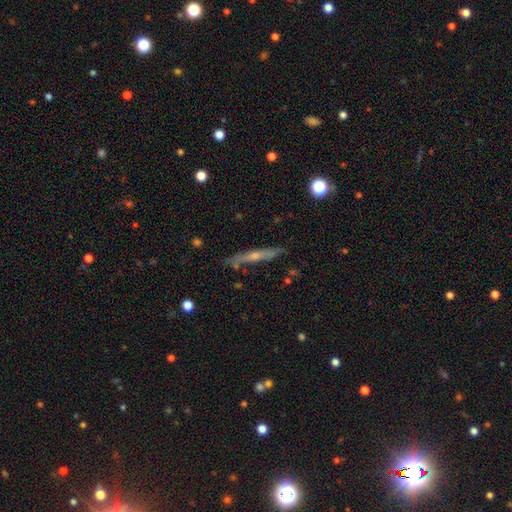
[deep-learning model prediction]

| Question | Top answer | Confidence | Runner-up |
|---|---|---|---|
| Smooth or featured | featured or disk | 61% | smooth (32%) |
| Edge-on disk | yes | 93% | no (7%) |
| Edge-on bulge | rounded | 66% | none (29%) |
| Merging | none | 82% | minor disturbance (13%) |